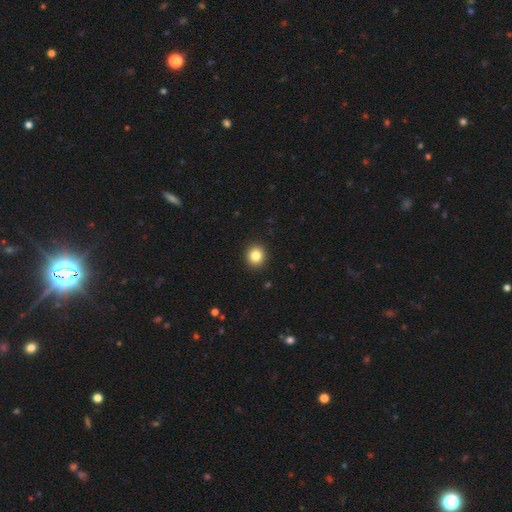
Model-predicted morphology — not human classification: Smooth or featured?
  - smooth: 84% *
  - star or artifact: 10%
  - featured or disk: 6%
How rounded?
  - round: 88% *
  - in between: 11%
  - cigar-shaped: 1%
Merging?
  - none: 92% *
  - minor disturbance: 5%
  - major disturbance: 2%
  - merger: 1%